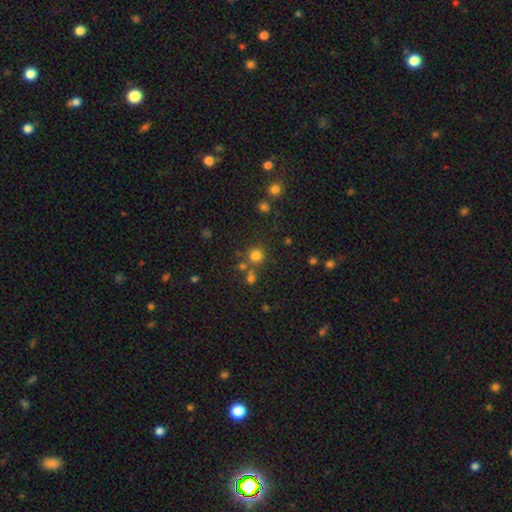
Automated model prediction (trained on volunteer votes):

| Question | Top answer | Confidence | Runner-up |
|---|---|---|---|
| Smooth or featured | smooth | 76% | star or artifact (18%) |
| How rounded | round | 92% | in between (7%) |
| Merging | none | 73% | merger (14%) |